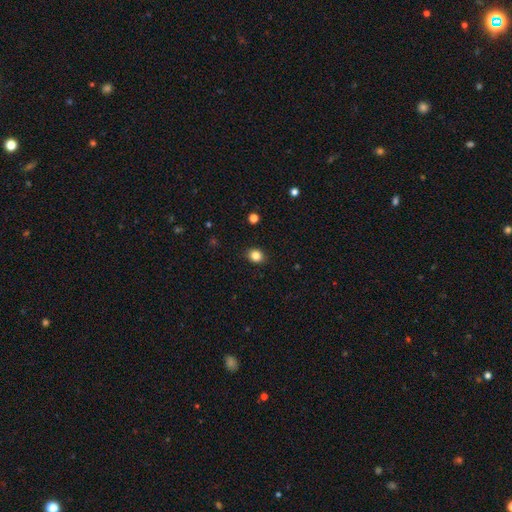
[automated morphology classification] A smooth galaxy with no disk features (84%) that is round (60%).

Vote fractions:
- Smooth or featured? smooth: 84% / star or artifact: 11% / featured or disk: 5%
- How rounded? round: 60% / in between: 39% / cigar-shaped: 1%
- Merging? none: 90% / minor disturbance: 7% / major disturbance: 2% / merger: 1%